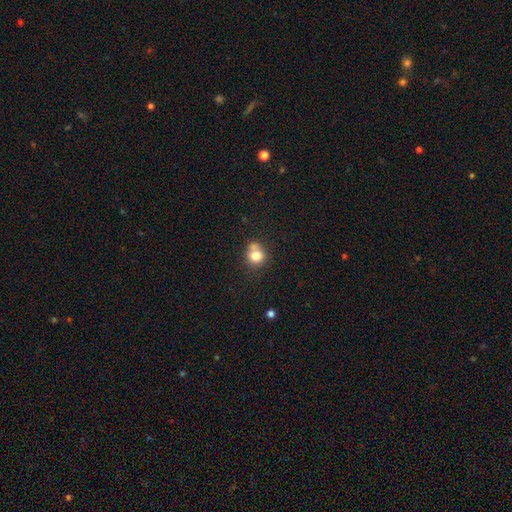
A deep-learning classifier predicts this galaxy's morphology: This appears to be a smooth galaxy with no disk features (77%) that is round (78%). Merging: none (49%).